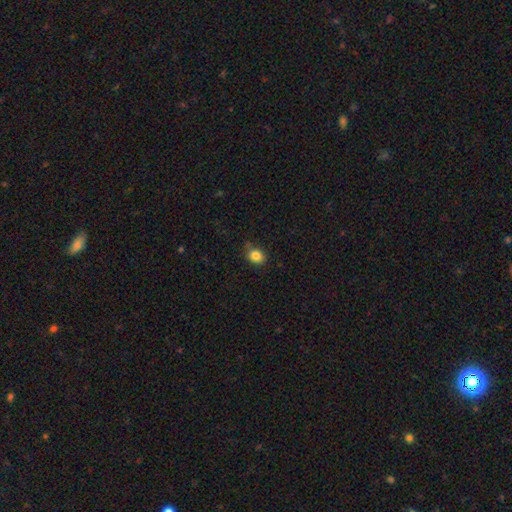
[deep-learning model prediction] Morphology: type=smooth (85%); roundness=round (56%); merging=none (75%).